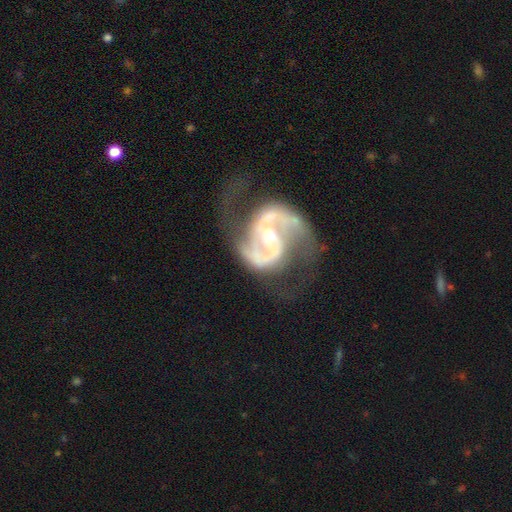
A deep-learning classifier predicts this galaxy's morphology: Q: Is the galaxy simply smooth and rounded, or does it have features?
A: featured or disk — 90%.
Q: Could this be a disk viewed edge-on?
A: no — 98%.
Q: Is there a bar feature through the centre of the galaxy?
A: weak — 38%.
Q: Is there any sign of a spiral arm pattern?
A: yes — 94%.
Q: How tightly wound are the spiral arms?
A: medium — 51%.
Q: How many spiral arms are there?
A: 2 — 87%.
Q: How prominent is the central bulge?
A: moderate — 65%.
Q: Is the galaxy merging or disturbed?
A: none — 47%.